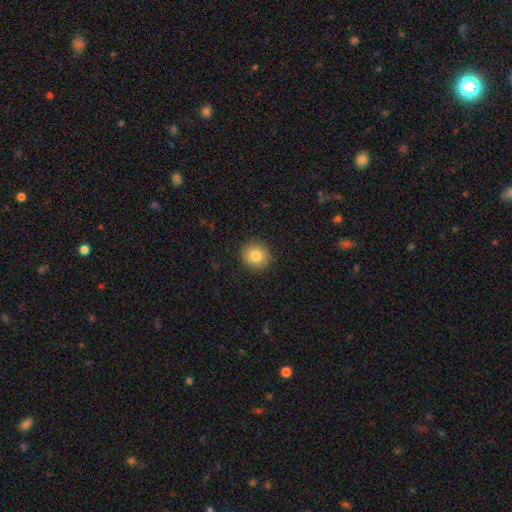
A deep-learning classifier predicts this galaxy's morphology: The model was most divided on "smooth or featured": smooth: 83%, star or artifact: 10%, featured or disk: 7%. More confident: merging — none (92%); how rounded — round (90%).